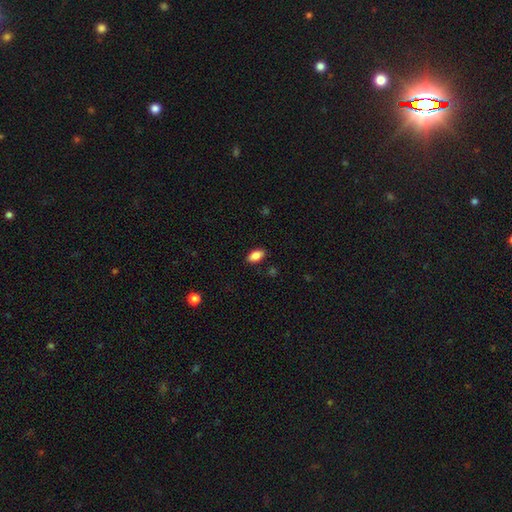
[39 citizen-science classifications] This appears to be a smooth galaxy with no disk features (79%) that is in between round and cigar-shaped (97%). Merging: none (82%).